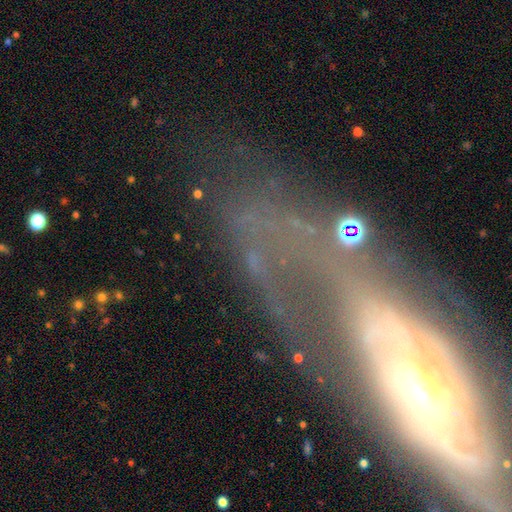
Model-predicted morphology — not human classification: featured or disk 67%, star or artifact 17%, smooth 17%. Down the decision tree: edge-on disk — no (79%); bar — no (58%); spiral arms — yes (56%); bulge size — moderate (47%); merging — none (41%).